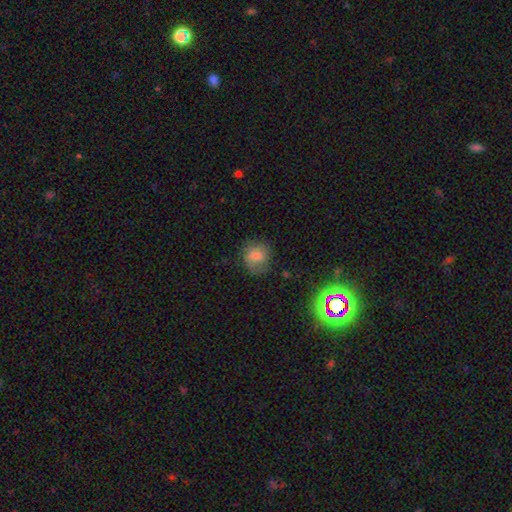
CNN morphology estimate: smooth 67%, featured or disk 19%, star or artifact 13%. Down the decision tree: how rounded — round (76%); merging — none (67%).